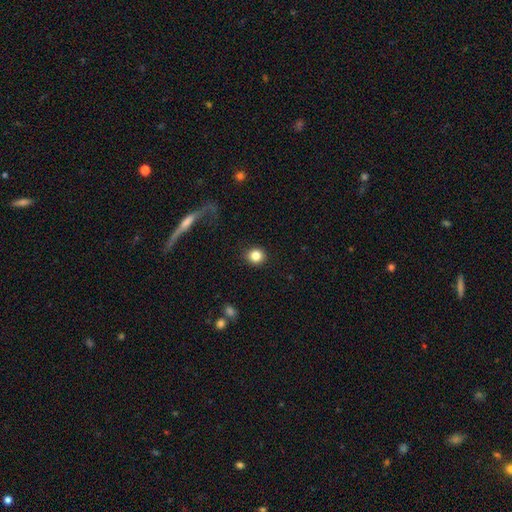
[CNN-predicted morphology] Q: Smooth or featured?
A: smooth (83%); runner-up: star or artifact (10%)
Q: How rounded?
A: round (87%); runner-up: in between (12%)
Q: Merging?
A: none (91%); runner-up: minor disturbance (6%)